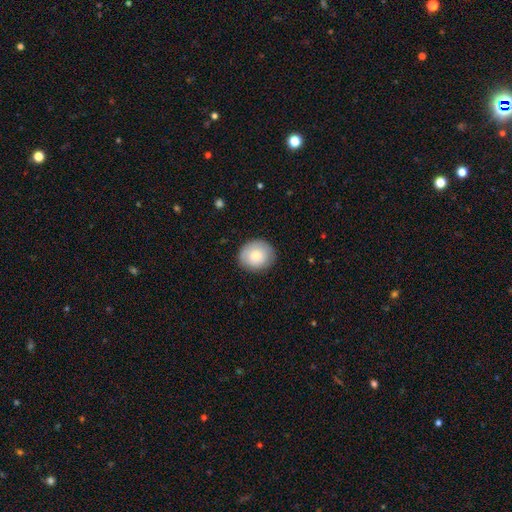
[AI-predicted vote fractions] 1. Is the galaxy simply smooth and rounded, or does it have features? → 79% smooth, 14% featured or disk, 7% star or artifact.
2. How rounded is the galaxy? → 72% round, 27% in between, 1% cigar-shaped.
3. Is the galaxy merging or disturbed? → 84% none, 12% minor disturbance, 3% major disturbance, 1% merger.